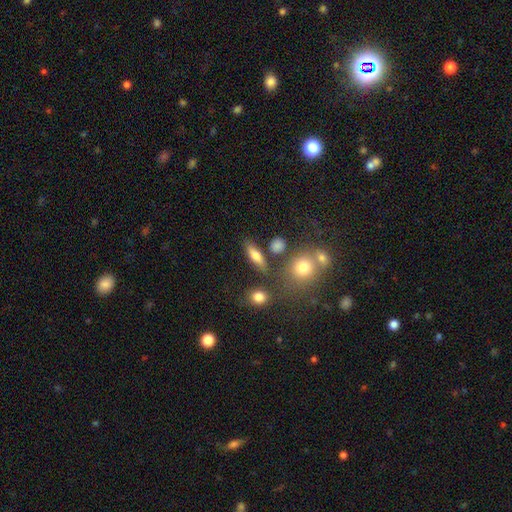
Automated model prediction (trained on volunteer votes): A smooth galaxy with no disk features (64%) that is in between round and cigar-shaped (45%).

Vote fractions:
- Smooth or featured? smooth: 64% / featured or disk: 25% / star or artifact: 11%
- How rounded? in between: 45% / cigar-shaped: 41% / round: 14%
- Merging? none: 73% / minor disturbance: 12% / merger: 9% / major disturbance: 5%